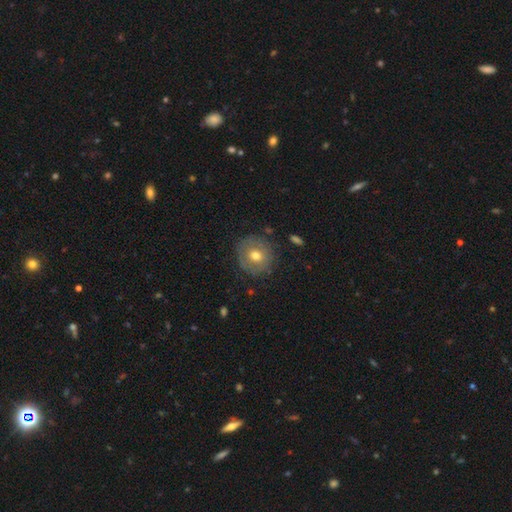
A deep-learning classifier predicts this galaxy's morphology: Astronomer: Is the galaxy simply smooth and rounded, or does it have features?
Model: smooth — 59%.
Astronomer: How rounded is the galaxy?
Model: round — 88%.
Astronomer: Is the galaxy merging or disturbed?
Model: none — 81%.